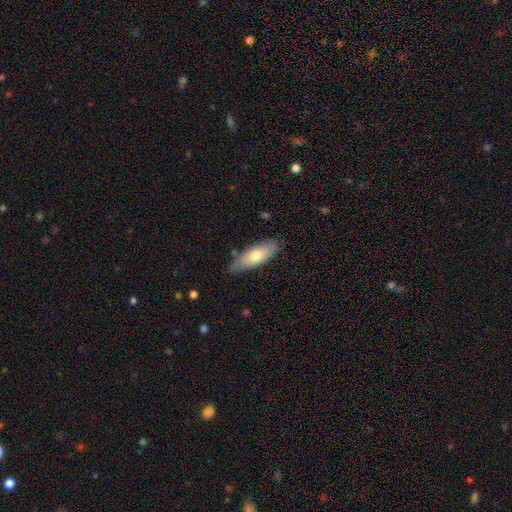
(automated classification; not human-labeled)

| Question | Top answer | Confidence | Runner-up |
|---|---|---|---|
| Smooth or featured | smooth | 67% | featured or disk (27%) |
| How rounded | in between | 67% | cigar-shaped (31%) |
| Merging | none | 77% | minor disturbance (19%) |